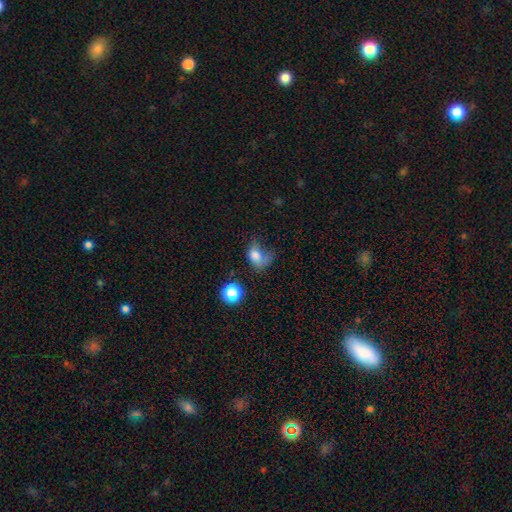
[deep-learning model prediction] Smooth or featured?
  - smooth: 70% *
  - featured or disk: 18%
  - star or artifact: 13%
How rounded?
  - in between: 62% *
  - round: 36%
  - cigar-shaped: 2%
Merging?
  - major disturbance: 45% *
  - minor disturbance: 25%
  - none: 23%
  - merger: 7%